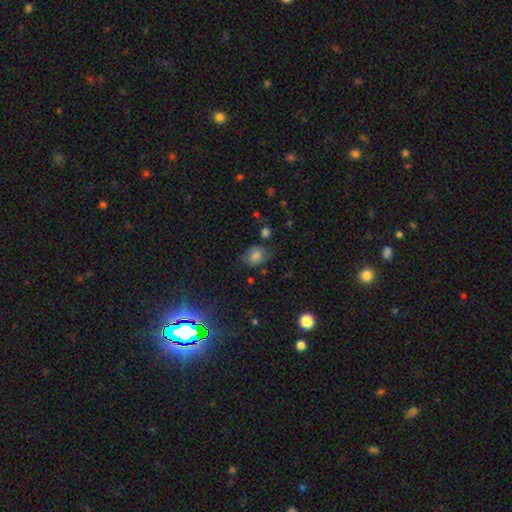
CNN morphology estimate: Q: Smooth or featured?
A: smooth (70%); runner-up: star or artifact (16%)
Q: How rounded?
A: in between (62%); runner-up: round (37%)
Q: Merging?
A: none (61%); runner-up: minor disturbance (26%)